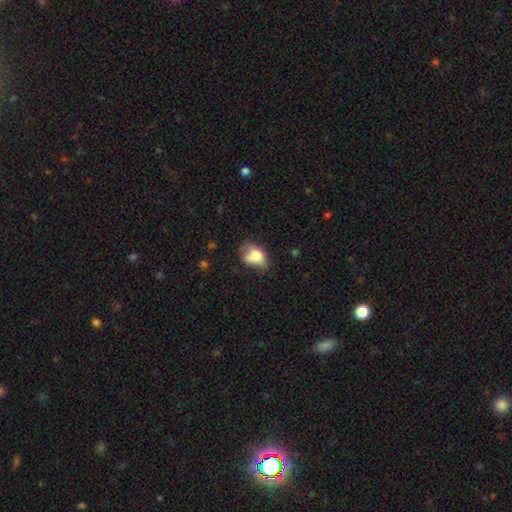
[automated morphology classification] Smooth or featured? Predicted: smooth (p=0.74). How rounded? Predicted: in between (p=0.69). Merging? Predicted: minor disturbance (p=0.37).